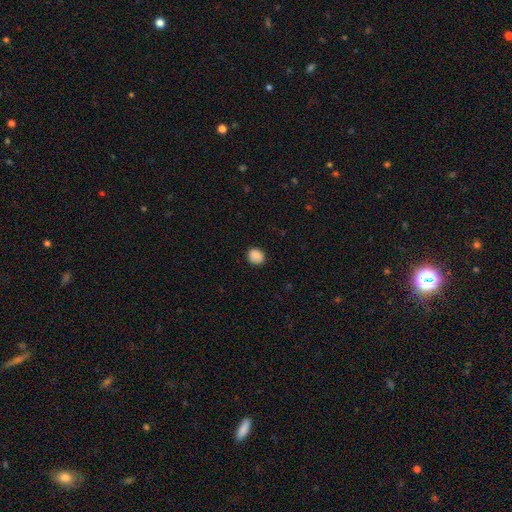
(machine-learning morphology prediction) smooth 87%, star or artifact 9%, featured or disk 4%. Down the decision tree: how rounded — round (71%); merging — none (86%).